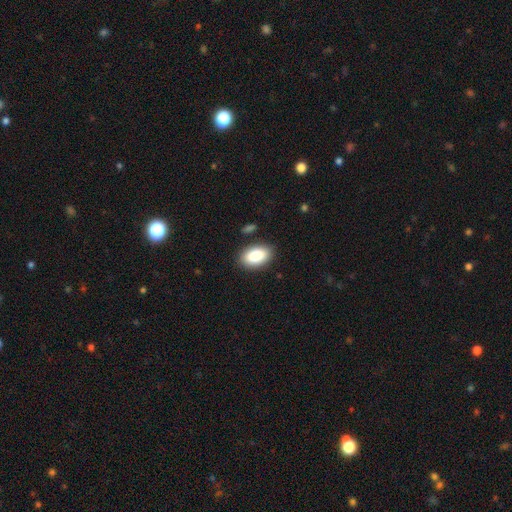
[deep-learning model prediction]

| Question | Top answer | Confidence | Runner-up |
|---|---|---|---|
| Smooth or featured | smooth | 87% | star or artifact (7%) |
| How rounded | in between | 93% | round (5%) |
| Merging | none | 86% | minor disturbance (9%) |